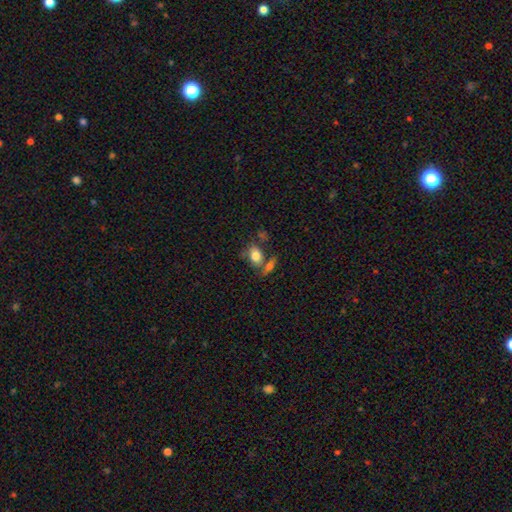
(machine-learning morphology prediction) This appears to be a smooth galaxy with no disk features (78%) that is in between round and cigar-shaped (76%). Merging: none (52%).